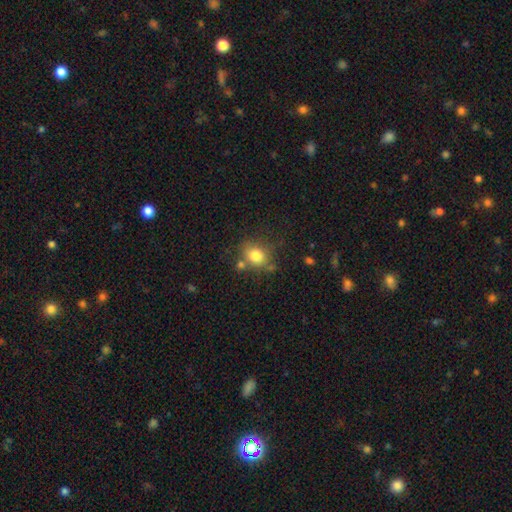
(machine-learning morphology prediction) Smooth or featured?
  - smooth: 79% *
  - star or artifact: 11%
  - featured or disk: 10%
How rounded?
  - round: 67% *
  - in between: 32%
  - cigar-shaped: 1%
Merging?
  - none: 66% *
  - minor disturbance: 17%
  - merger: 12%
  - major disturbance: 6%